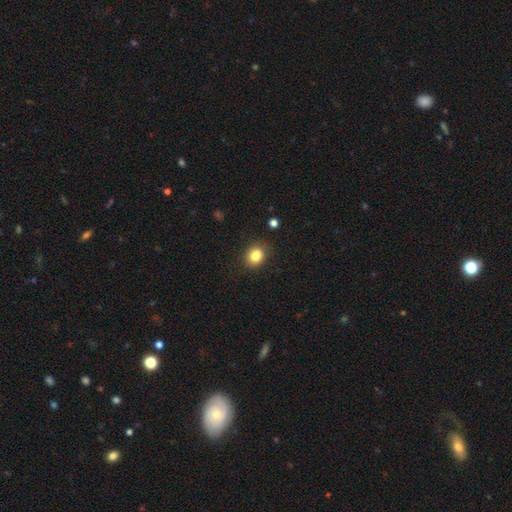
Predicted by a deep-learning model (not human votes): smooth-or-featured: smooth: 84% | star or artifact: 11% | featured or disk: 5%
  how-rounded: round: 63% | in between: 36% | cigar-shaped: 1%
  merging: none: 84% | minor disturbance: 11% | major disturbance: 3% | merger: 2%